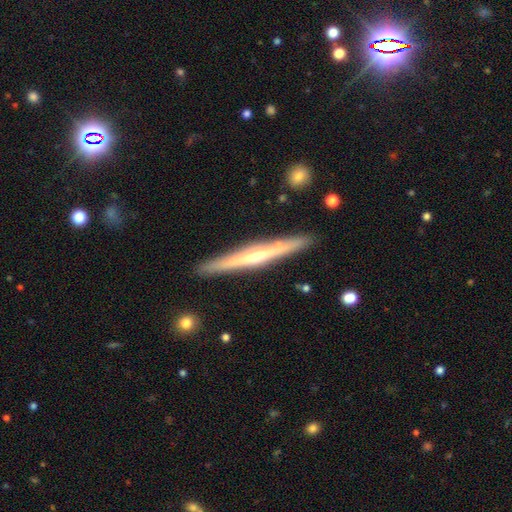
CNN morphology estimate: This is likely a featured or disk galaxy (70%). It is clearly viewed edge-on (97%). Edge-on bulge: possibly rounded (54%). Merging: clearly none (89%).